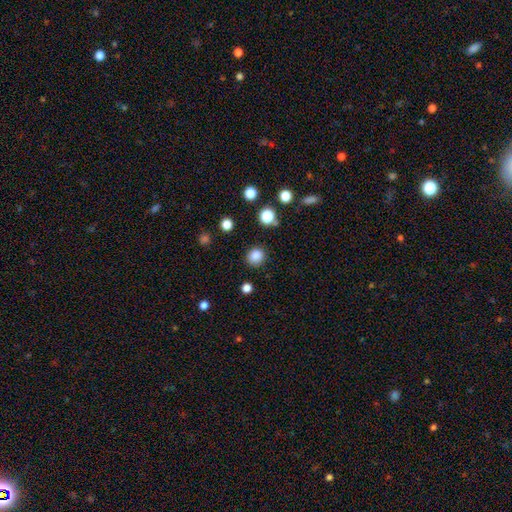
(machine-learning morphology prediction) smooth 85%, star or artifact 11%, featured or disk 4%. Down the decision tree: how rounded — round (87%); merging — none (88%).